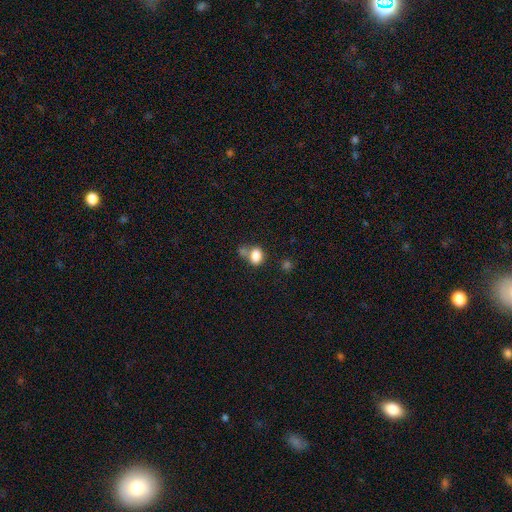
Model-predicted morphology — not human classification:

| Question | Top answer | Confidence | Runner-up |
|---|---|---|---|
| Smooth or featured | smooth | 82% | star or artifact (10%) |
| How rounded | in between | 65% | round (34%) |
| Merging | none | 45% | merger (29%) |